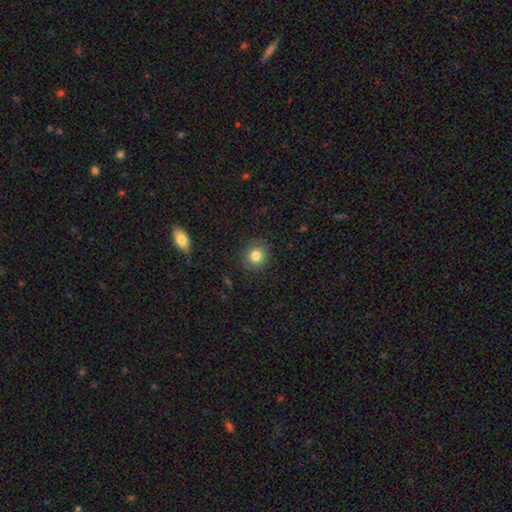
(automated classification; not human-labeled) smooth 82%, star or artifact 10%, featured or disk 7%. Down the decision tree: how rounded — round (82%); merging — none (87%).